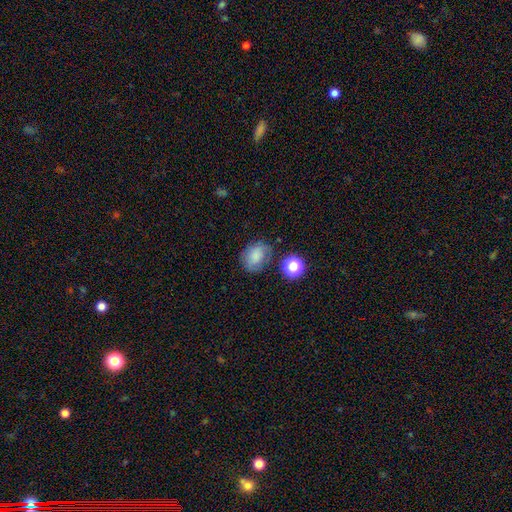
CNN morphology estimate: A smooth galaxy with no disk features (75%) that is in between round and cigar-shaped (54%).

Vote fractions:
- Smooth or featured? smooth: 75% / featured or disk: 13% / star or artifact: 12%
- How rounded? in between: 54% / round: 45% / cigar-shaped: 1%
- Merging? none: 63% / minor disturbance: 24% / major disturbance: 8% / merger: 5%